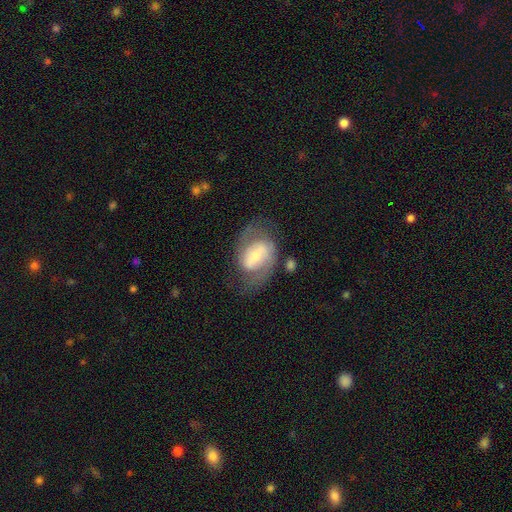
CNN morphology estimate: This appears to be a featured or disk galaxy (73%) with a strong bar (43%), 2 (85%) medium (51%) spiral arms (86%) and a small central bulge (44%). Merging: none (61%).